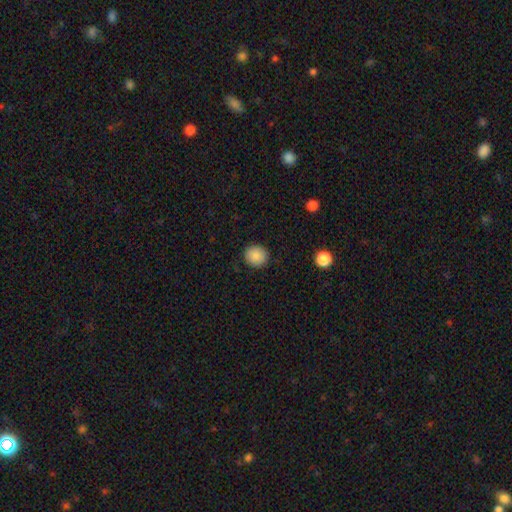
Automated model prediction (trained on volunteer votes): A smooth galaxy with no disk features (87%) that is round (88%).

Vote fractions:
- Smooth or featured? smooth: 87% / star or artifact: 9% / featured or disk: 4%
- How rounded? round: 88% / in between: 11% / cigar-shaped: 1%
- Merging? none: 90% / minor disturbance: 7% / major disturbance: 2% / merger: 1%